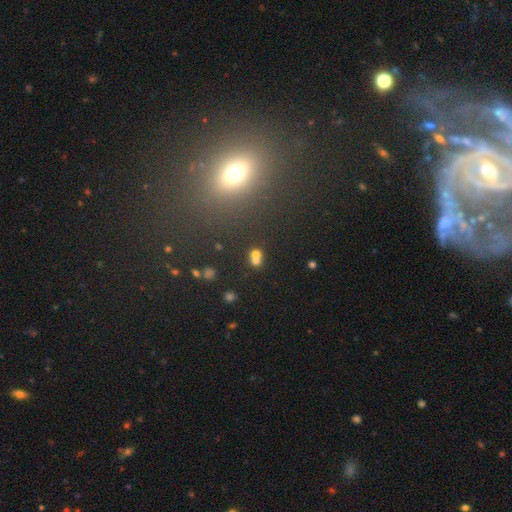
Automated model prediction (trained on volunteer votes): Smooth or featured: smooth — 67% (star or artifact — 19%)
How rounded: round — 68% (in between — 30%)
Merging: merger — 54% (none — 35%)